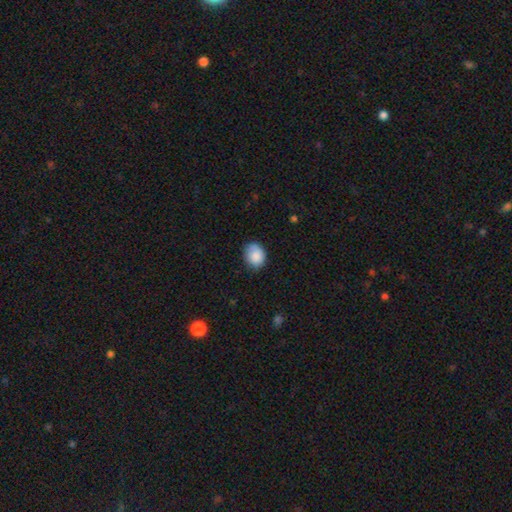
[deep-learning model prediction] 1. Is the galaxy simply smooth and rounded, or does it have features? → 86% smooth, 8% star or artifact, 6% featured or disk.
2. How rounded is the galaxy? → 50% in between, 49% round, 1% cigar-shaped.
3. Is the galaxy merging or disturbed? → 71% none, 24% minor disturbance, 4% major disturbance, 2% merger.